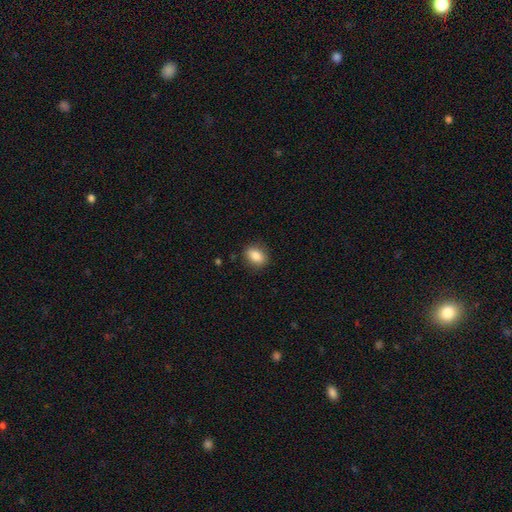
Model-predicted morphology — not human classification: Q: Smooth or featured?
A: smooth (85%); runner-up: star or artifact (8%)
Q: How rounded?
A: in between (71%); runner-up: round (28%)
Q: Merging?
A: none (86%); runner-up: minor disturbance (10%)